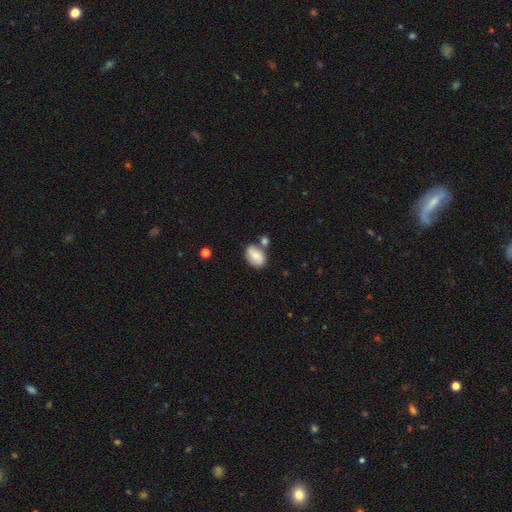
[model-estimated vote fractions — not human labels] Smooth or featured? smooth (62%)
How rounded? in between (81%)
Merging? none (58%)